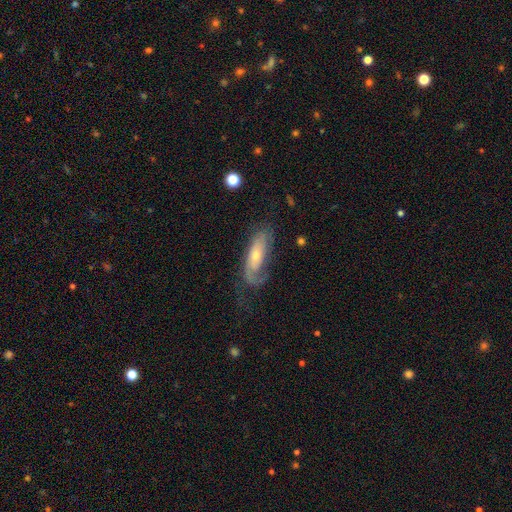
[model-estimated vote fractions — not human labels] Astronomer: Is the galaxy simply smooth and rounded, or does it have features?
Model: featured or disk — 63%.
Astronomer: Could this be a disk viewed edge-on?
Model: no — 82%.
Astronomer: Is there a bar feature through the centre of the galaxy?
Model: no — 68%.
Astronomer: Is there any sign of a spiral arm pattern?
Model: yes — 80%.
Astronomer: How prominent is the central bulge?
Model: small — 51% (runner-up: moderate, 42%).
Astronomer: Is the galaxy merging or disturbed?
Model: none — 47% (runner-up: major disturbance, 26%).